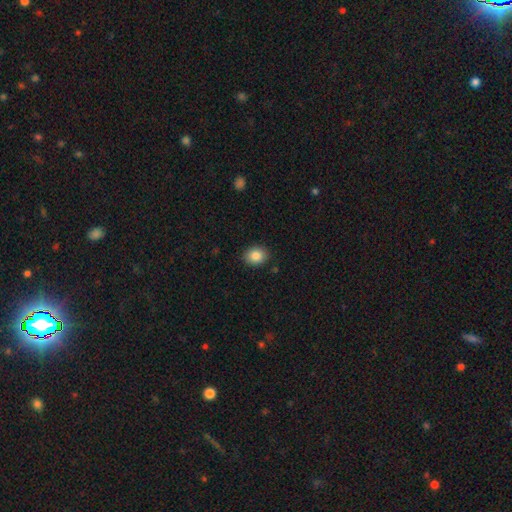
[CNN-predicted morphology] Smooth or featured? Predicted: smooth (p=0.86). How rounded? Predicted: in between (p=0.52). Merging? Predicted: none (p=0.89).